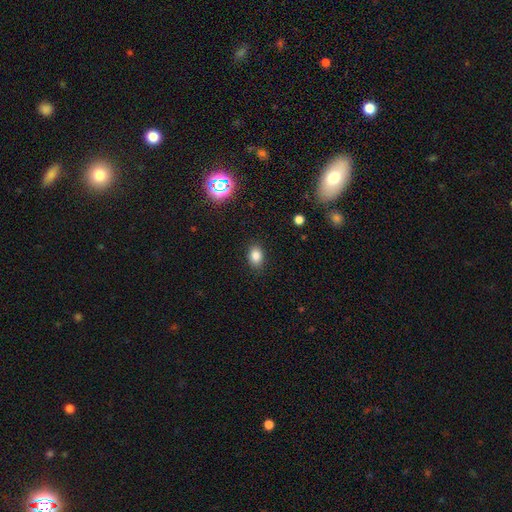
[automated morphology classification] Smooth or featured? Predicted: smooth (p=0.83). How rounded? Predicted: in between (p=0.76). Merging? Predicted: none (p=0.88).